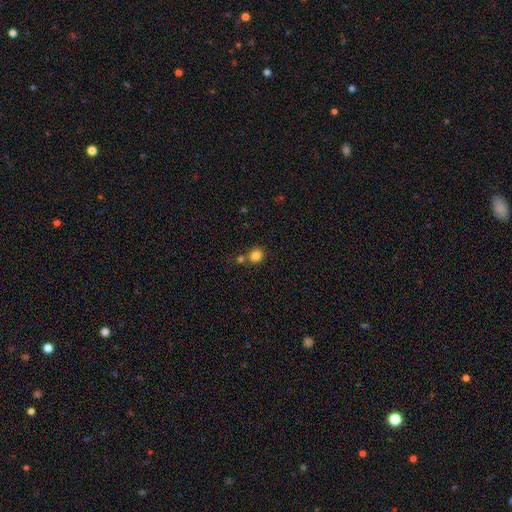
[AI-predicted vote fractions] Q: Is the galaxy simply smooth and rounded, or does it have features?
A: smooth — 84%.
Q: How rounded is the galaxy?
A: round — 79%.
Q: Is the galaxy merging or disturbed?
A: none — 65%.